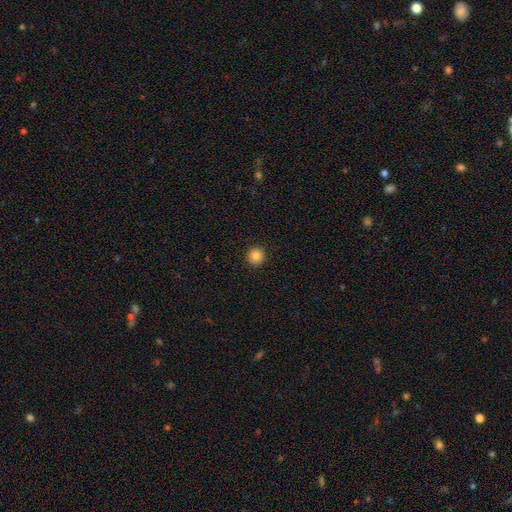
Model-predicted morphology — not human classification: smooth-or-featured: smooth: 85% | star or artifact: 11% | featured or disk: 4%
  how-rounded: round: 95% | in between: 4% | cigar-shaped: 1%
  merging: none: 93% | minor disturbance: 5% | major disturbance: 2% | merger: 1%